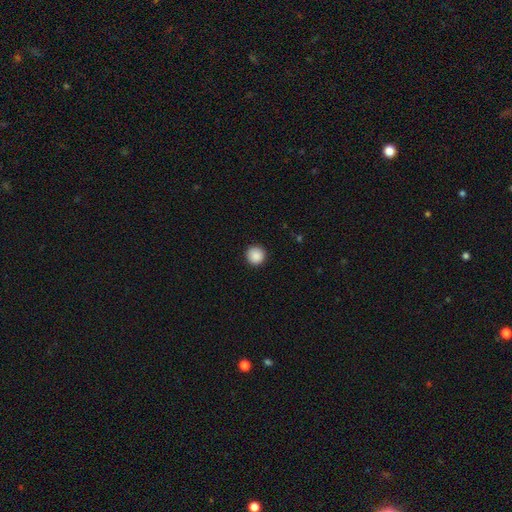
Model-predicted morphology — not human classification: smooth_or_featured: smooth (p=0.89) [alt: star or artifact p=0.08]
how_rounded: round (p=0.95) [alt: in between p=0.04]
merging: none (p=0.93) [alt: minor disturbance p=0.05]